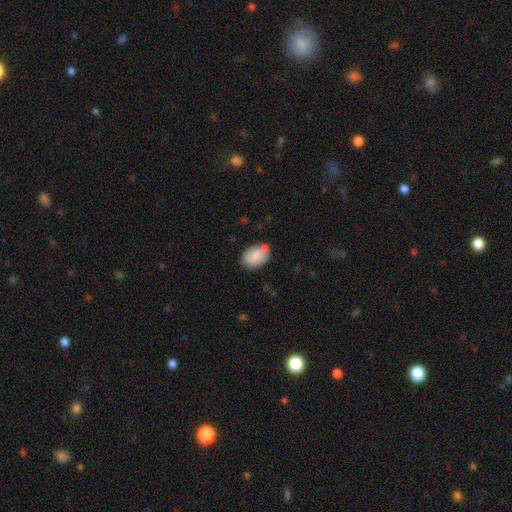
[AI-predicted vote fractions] Morphology: type=smooth (85%); roundness=in between (81%); merging=none (64%).